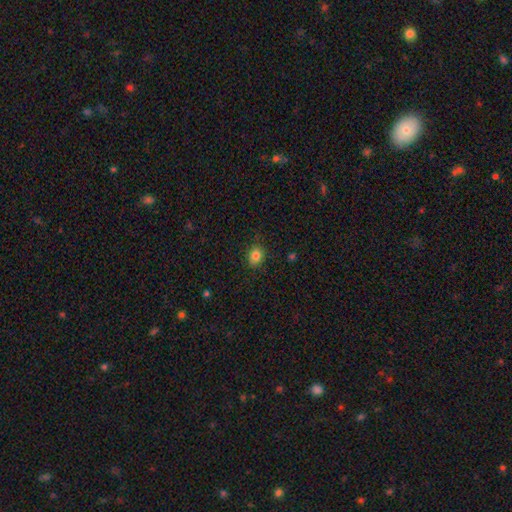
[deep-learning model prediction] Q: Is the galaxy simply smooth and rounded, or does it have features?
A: smooth — 83%.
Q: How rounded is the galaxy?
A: round — 52%.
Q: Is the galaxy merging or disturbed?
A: none — 84%.